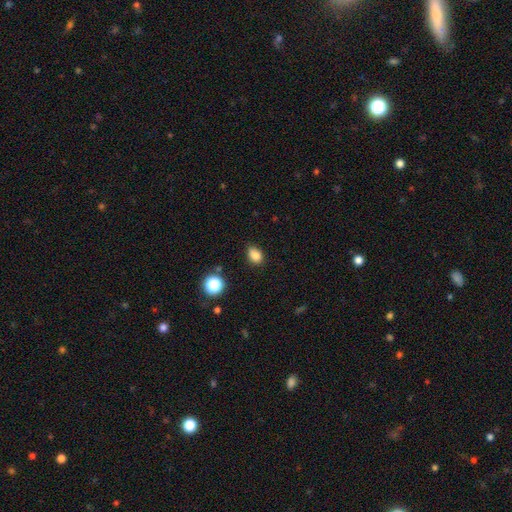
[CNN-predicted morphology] smooth-or-featured: smooth: 83% | star or artifact: 13% | featured or disk: 5%
  how-rounded: in between: 63% | round: 36% | cigar-shaped: 1%
  merging: none: 80% | minor disturbance: 15% | major disturbance: 3% | merger: 2%